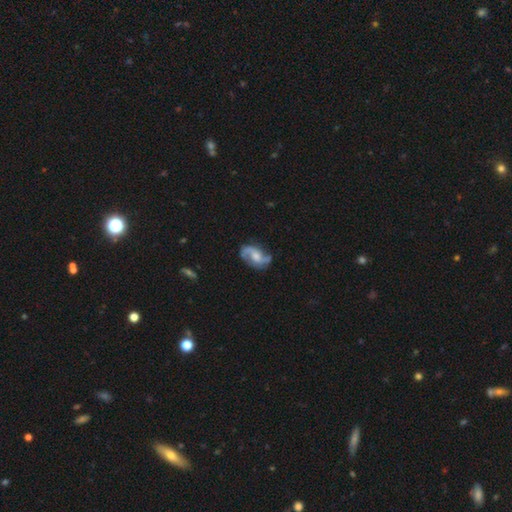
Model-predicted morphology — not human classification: A featured or disk galaxy (87%) with no bar (50%), 2 (91%) loose (46%) spiral arms (97%) and a moderate central bulge (50%).

Vote fractions:
- Smooth or featured? featured or disk: 87% / smooth: 8% / star or artifact: 5%
- Edge-on disk? no: 97% / yes: 3%
- Bar? no: 50% / weak: 41% / strong: 9%
- Spiral arms? yes: 97% / no: 3%
- Spiral winding? loose: 46% / medium: 43% / tight: 11%
- Spiral arm count? 2: 91% / can't tell: 3% / 1: 2% / 3: 2% / 4: 1% / more than 4: 1%
- Bulge size? moderate: 50% / small: 27% / none: 11% / large: 10% / dominant: 1%
- Merging? none: 71% / minor disturbance: 19% / major disturbance: 8% / merger: 2%